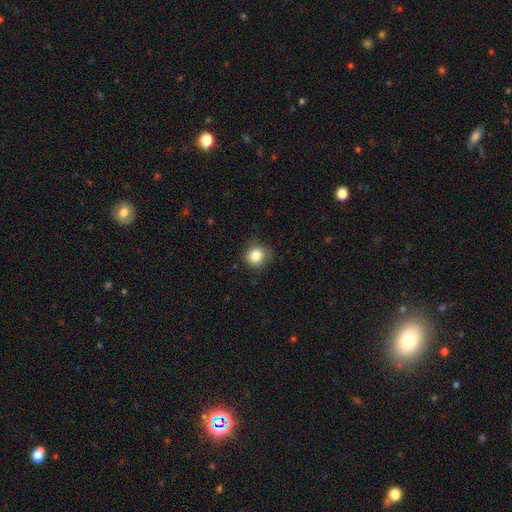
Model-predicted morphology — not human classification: Smooth or featured? smooth (83%)
How rounded? round (80%)
Merging? none (78%)